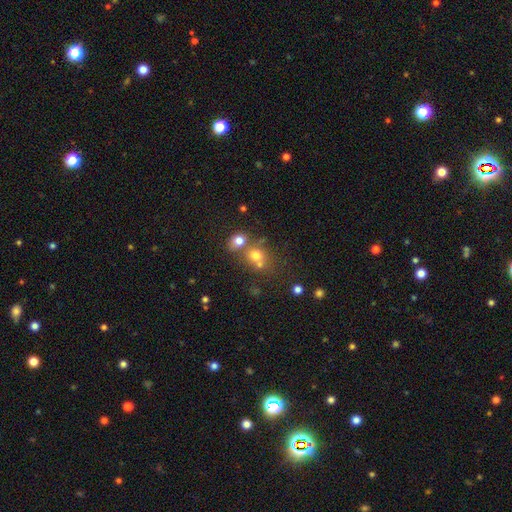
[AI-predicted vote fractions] This is likely a smooth galaxy (70%). How rounded: likely round (72%). Merging: marginally merger (43%, tied with none).